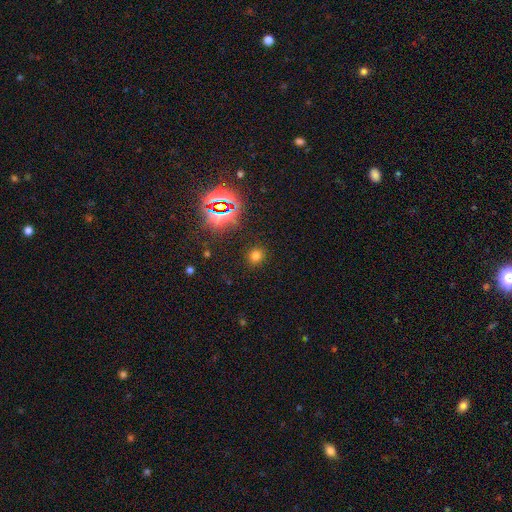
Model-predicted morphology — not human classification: smooth_or_featured: smooth (p=0.68) [alt: star or artifact p=0.26]
how_rounded: round (p=0.76) [alt: in between p=0.22]
merging: none (p=0.88) [alt: minor disturbance p=0.07]